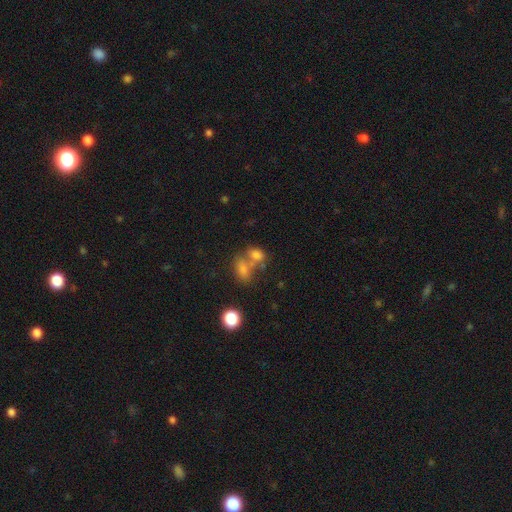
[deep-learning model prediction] Morphology: type=smooth (73%); roundness=in between (72%); merging=merger (55%).